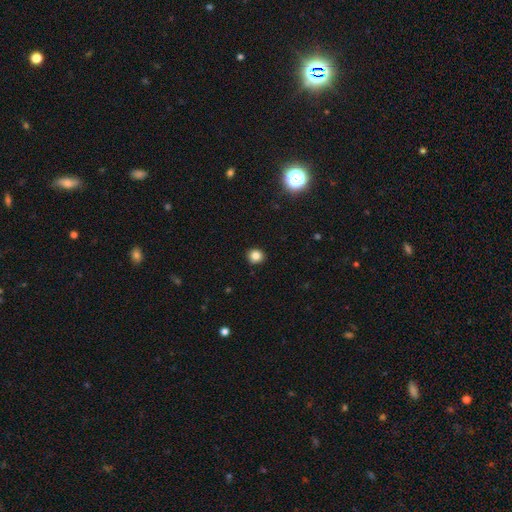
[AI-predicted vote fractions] The model was most divided on "smooth or featured": smooth: 83%, star or artifact: 12%, featured or disk: 5%. More confident: merging — none (92%); how rounded — round (90%).